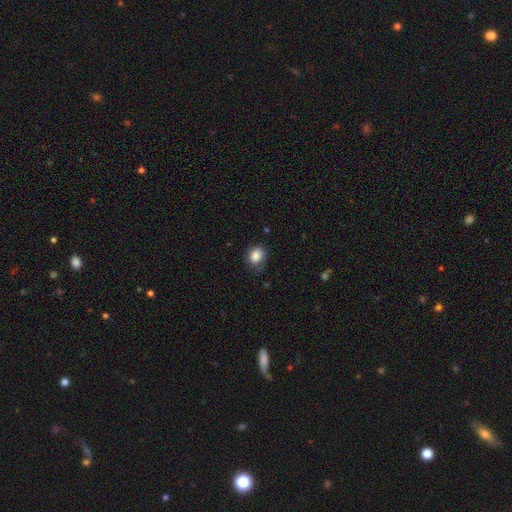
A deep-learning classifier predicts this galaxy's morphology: Overall: smooth (85%). How rounded: round (53%; in between 46%). Merging: none (67%).